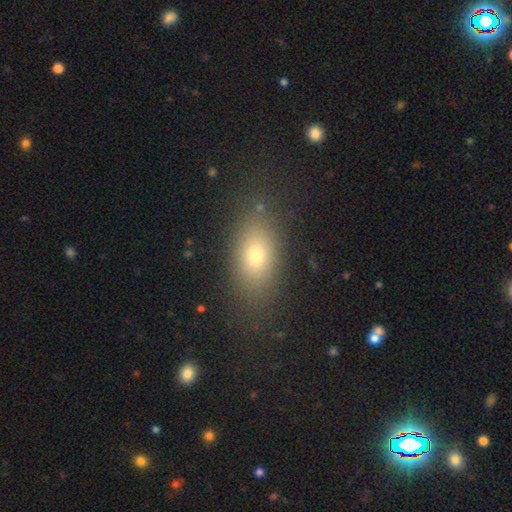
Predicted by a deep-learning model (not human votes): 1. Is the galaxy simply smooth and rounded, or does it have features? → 72% smooth, 14% star or artifact, 14% featured or disk.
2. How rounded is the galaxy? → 79% in between, 12% round, 9% cigar-shaped.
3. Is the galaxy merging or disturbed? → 83% none, 11% minor disturbance, 5% major disturbance, 2% merger.